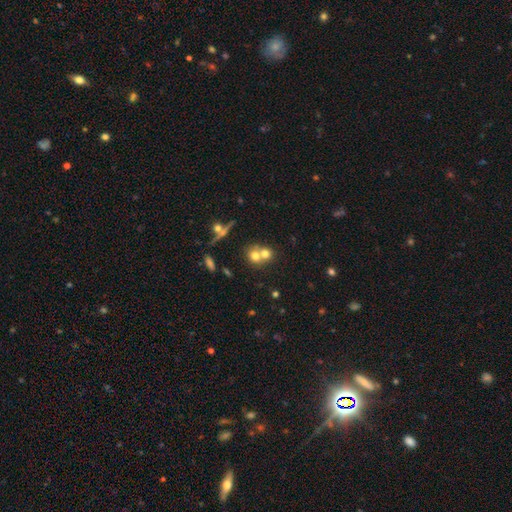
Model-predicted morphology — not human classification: smooth 65%, featured or disk 20%, star or artifact 14%. Down the decision tree: how rounded — round (79%); merging — merger (59%).